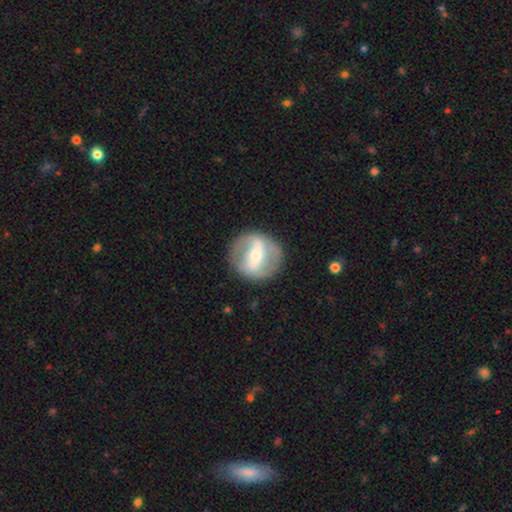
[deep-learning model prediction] Smooth or featured? featured or disk (70%)
Edge-on disk? no (92%)
Bar? strong (61%)
Spiral arms? yes (53%)
Bulge size? small (47%)
Merging? none (82%)